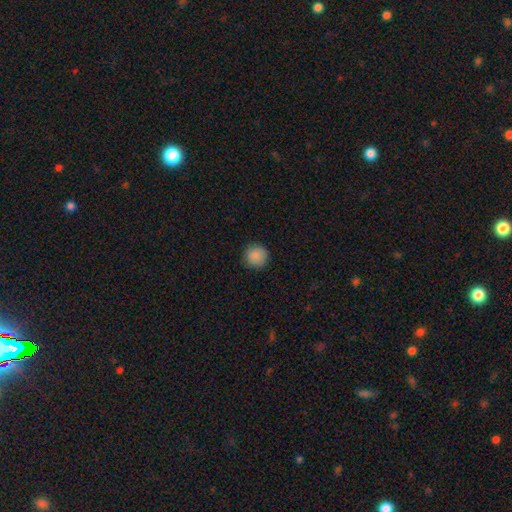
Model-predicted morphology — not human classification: Overall: smooth (88%). How rounded: round (94%). Merging: none (89%).